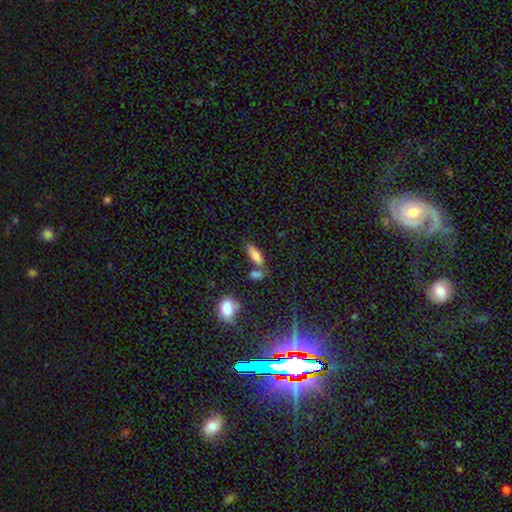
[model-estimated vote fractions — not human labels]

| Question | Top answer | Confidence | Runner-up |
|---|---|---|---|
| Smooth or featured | smooth | 82% | star or artifact (9%) |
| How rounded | in between | 65% | cigar-shaped (32%) |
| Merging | none | 55% | merger (26%) |